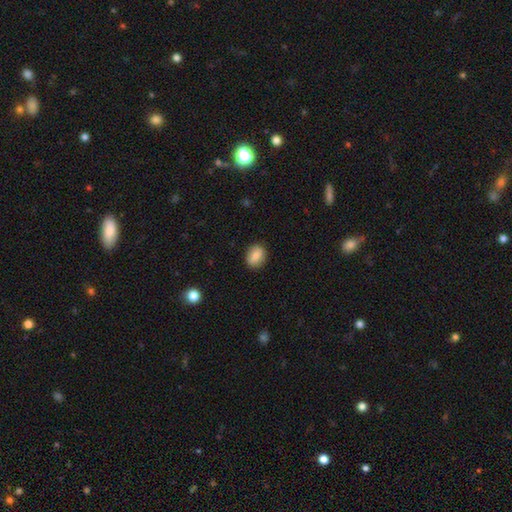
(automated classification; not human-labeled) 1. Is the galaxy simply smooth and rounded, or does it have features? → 82% smooth, 10% featured or disk, 8% star or artifact.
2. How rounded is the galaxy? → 58% in between, 41% round, 2% cigar-shaped.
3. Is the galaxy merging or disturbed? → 85% none, 11% minor disturbance, 3% major disturbance, 1% merger.